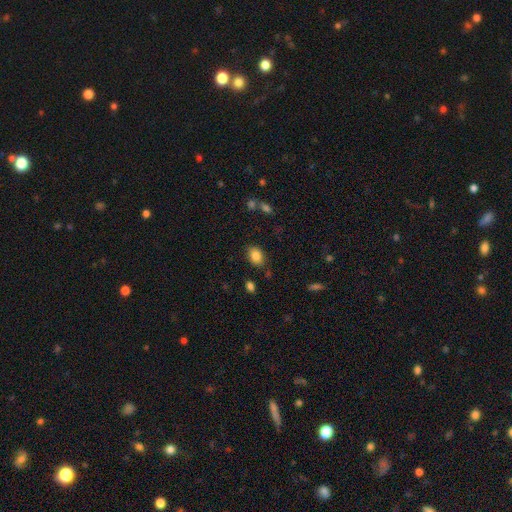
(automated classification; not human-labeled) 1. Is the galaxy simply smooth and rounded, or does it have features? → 84% smooth, 9% star or artifact, 7% featured or disk.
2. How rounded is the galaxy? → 74% in between, 25% round, 1% cigar-shaped.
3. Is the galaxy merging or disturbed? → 82% none, 12% minor disturbance, 3% major disturbance, 3% merger.